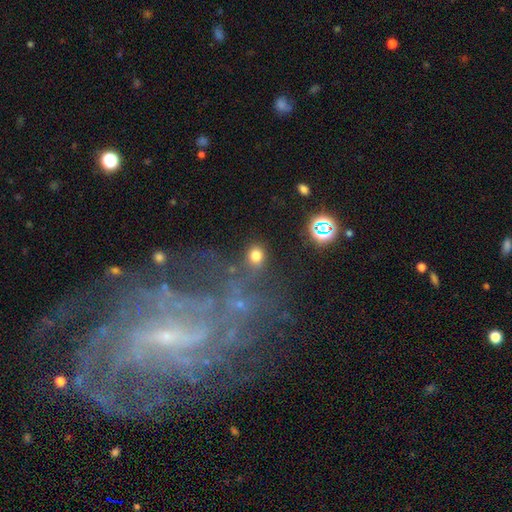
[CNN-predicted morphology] Smooth or featured: smooth — 73% (star or artifact — 17%)
How rounded: round — 70% (in between — 28%)
Merging: none — 68% (minor disturbance — 14%)